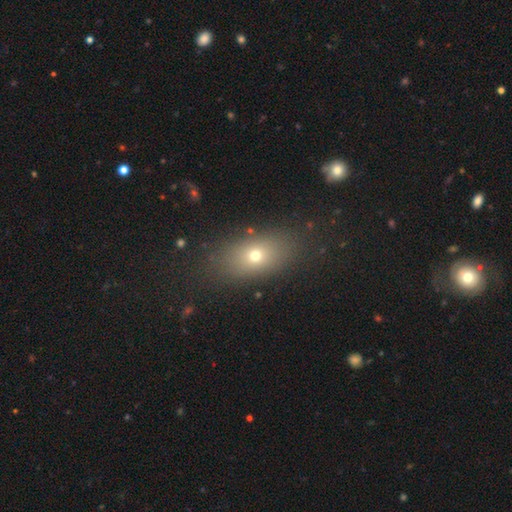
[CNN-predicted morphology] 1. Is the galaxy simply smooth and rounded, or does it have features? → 67% smooth, 18% featured or disk, 16% star or artifact.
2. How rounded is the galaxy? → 76% in between, 18% round, 6% cigar-shaped.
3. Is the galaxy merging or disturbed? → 81% none, 11% minor disturbance, 5% major disturbance, 2% merger.